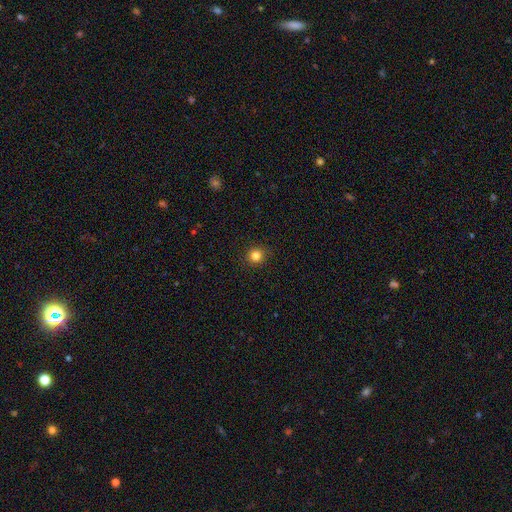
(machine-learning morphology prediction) smooth-or-featured: smooth: 83% | star or artifact: 12% | featured or disk: 5%
  how-rounded: round: 91% | in between: 8% | cigar-shaped: 1%
  merging: none: 91% | minor disturbance: 6% | major disturbance: 2% | merger: 1%